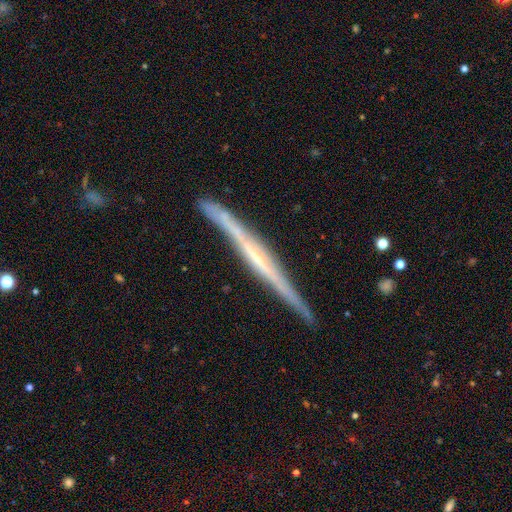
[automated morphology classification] smooth_or_featured: featured or disk (p=0.77) [alt: smooth p=0.17]
disk_edge_on: yes (p=0.97) [alt: no p=0.03]
edge_on_bulge: none (p=0.60) [alt: rounded p=0.27]
merging: none (p=0.85) [alt: minor disturbance p=0.11]